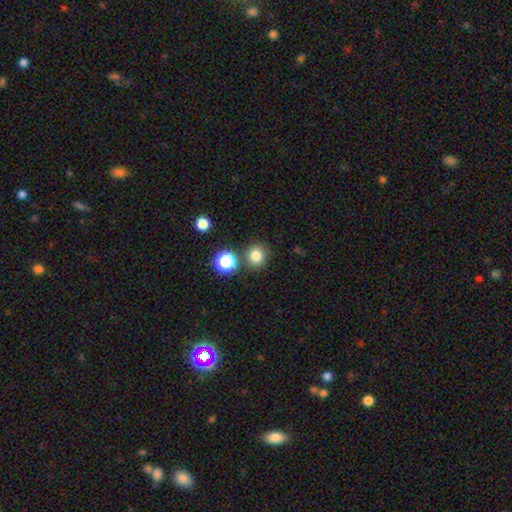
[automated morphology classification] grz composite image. It shows a smooth galaxy with no disk features (79%) that is round (86%). Merging: none (81%).